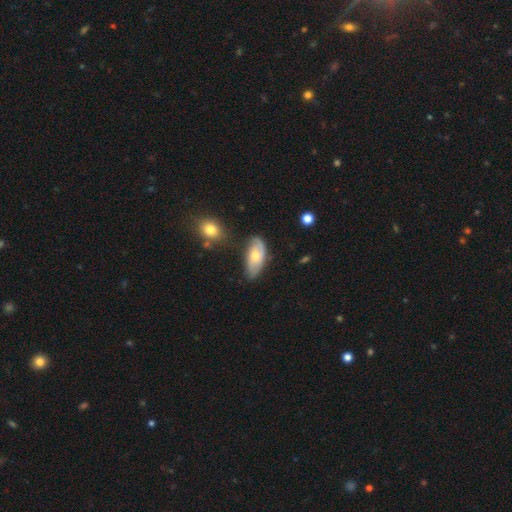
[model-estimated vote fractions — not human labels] smooth 51%, featured or disk 43%, star or artifact 6%. Down the decision tree: how rounded — in between (90%); merging — none (60%).